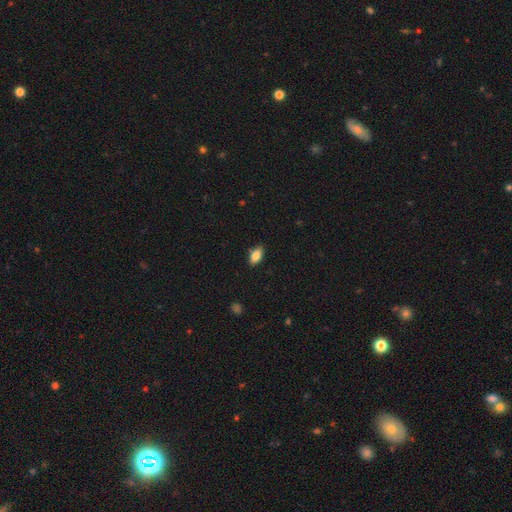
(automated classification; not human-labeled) Smooth or featured: smooth — 80% (featured or disk — 13%)
How rounded: in between — 90% (cigar-shaped — 6%)
Merging: none — 86% (minor disturbance — 11%)